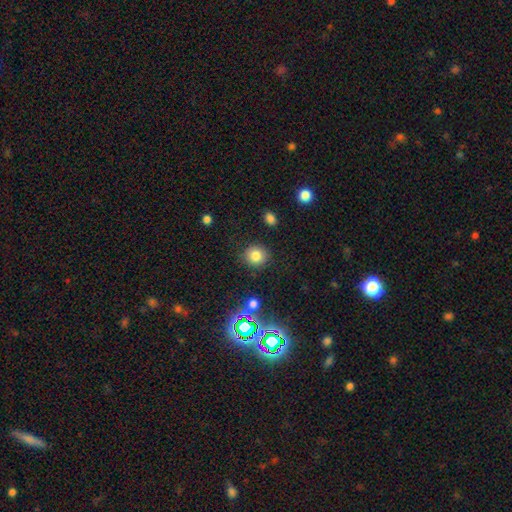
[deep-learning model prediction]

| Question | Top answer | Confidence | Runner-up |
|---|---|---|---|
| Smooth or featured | smooth | 79% | star or artifact (14%) |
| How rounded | round | 87% | in between (13%) |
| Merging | none | 87% | minor disturbance (8%) |